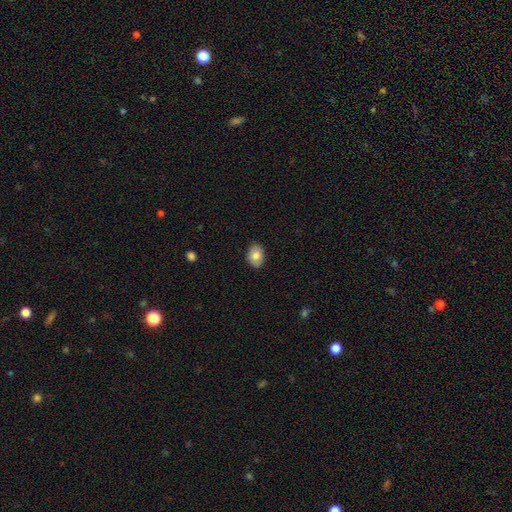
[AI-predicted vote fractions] The model was most divided on "how rounded": in between: 77%, round: 22%, cigar-shaped: 1%. More confident: merging — none (88%); smooth or featured — smooth (81%).